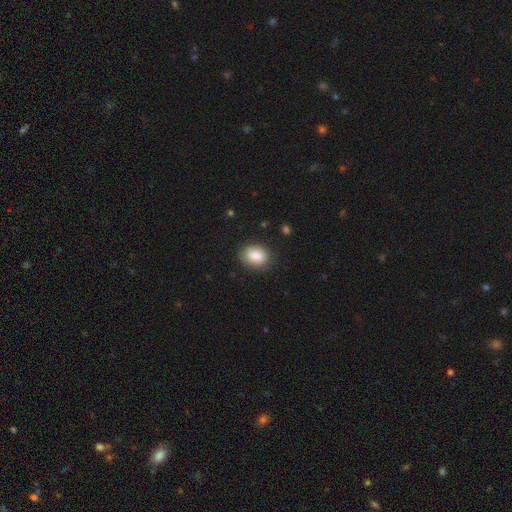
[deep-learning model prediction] The model was most divided on "how rounded": in between: 69%, round: 30%, cigar-shaped: 1%. More confident: smooth or featured — smooth (87%); merging — none (81%).